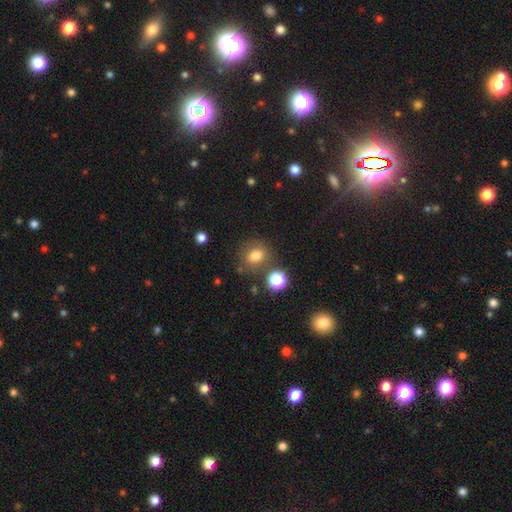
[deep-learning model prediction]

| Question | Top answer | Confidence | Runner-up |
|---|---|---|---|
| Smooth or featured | smooth | 77% | star or artifact (13%) |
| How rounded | round | 66% | in between (33%) |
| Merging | none | 74% | minor disturbance (13%) |